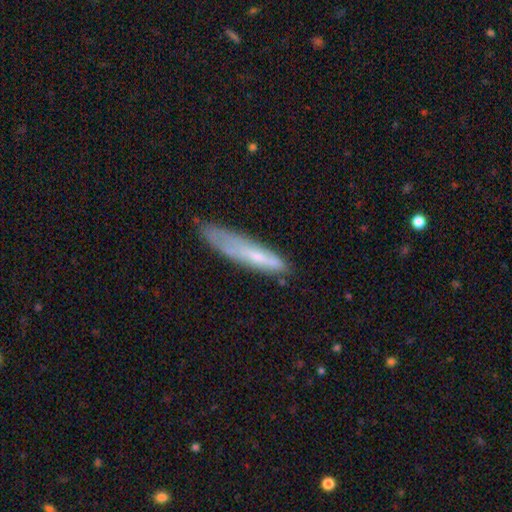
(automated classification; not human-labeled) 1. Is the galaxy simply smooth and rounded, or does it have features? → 57% smooth, 35% featured or disk, 7% star or artifact.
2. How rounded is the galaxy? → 86% cigar-shaped, 12% in between, 1% round.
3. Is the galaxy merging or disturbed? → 56% none, 30% minor disturbance, 11% major disturbance, 3% merger.